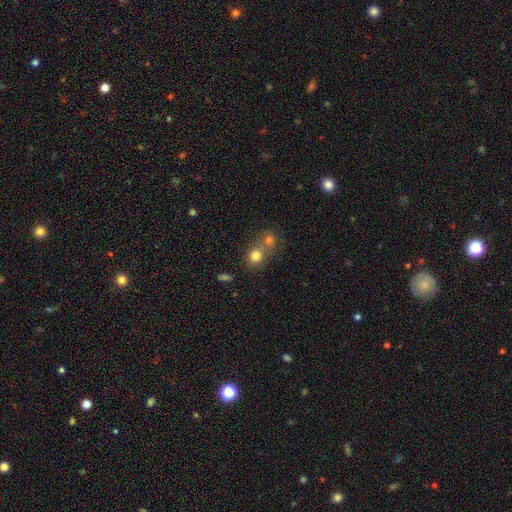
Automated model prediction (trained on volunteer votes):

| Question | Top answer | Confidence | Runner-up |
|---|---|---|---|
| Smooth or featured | smooth | 78% | star or artifact (12%) |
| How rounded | round | 77% | in between (22%) |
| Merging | merger | 47% | none (41%) |